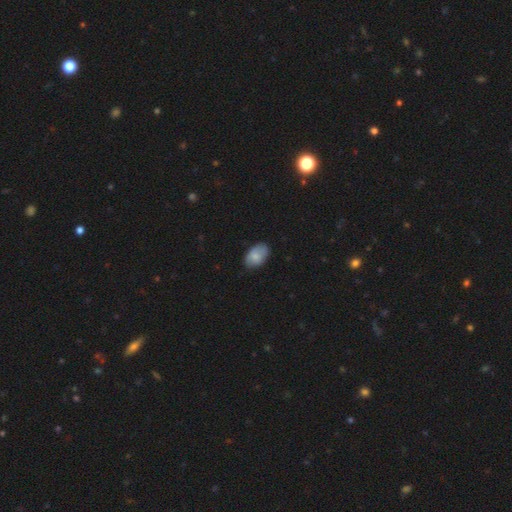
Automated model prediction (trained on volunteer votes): The model was most divided on "merging": none: 75%, minor disturbance: 21%, major disturbance: 3%, merger: 1%. More confident: how rounded — in between (91%); smooth or featured — smooth (81%).